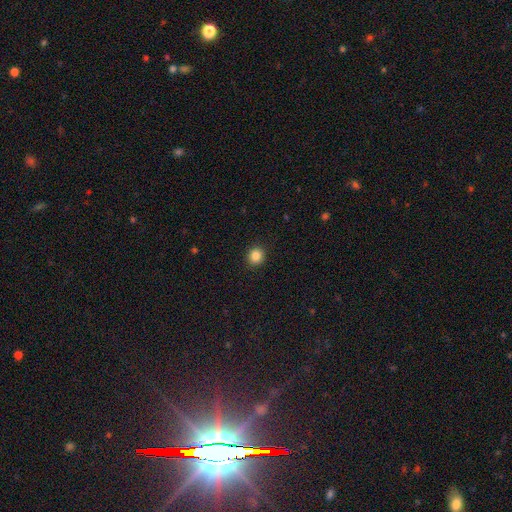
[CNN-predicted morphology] Smooth or featured: smooth — 85% (star or artifact — 11%)
How rounded: round — 88% (in between — 11%)
Merging: none — 92% (minor disturbance — 5%)